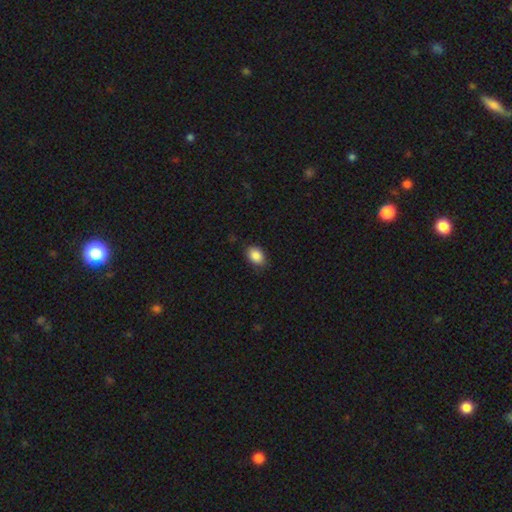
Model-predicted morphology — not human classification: The model was most divided on "how rounded": in between: 75%, round: 24%, cigar-shaped: 1%. More confident: smooth or featured — smooth (88%); merging — none (82%).